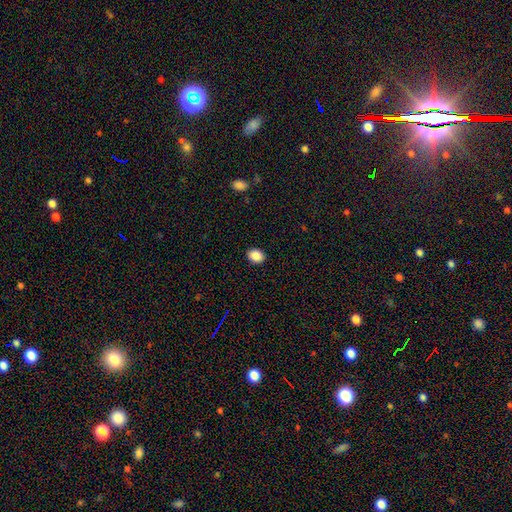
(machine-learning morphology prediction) Smooth or featured?
  - smooth: 88% *
  - star or artifact: 9%
  - featured or disk: 3%
How rounded?
  - in between: 58% *
  - round: 41%
  - cigar-shaped: 1%
Merging?
  - none: 90% *
  - minor disturbance: 7%
  - major disturbance: 2%
  - merger: 1%